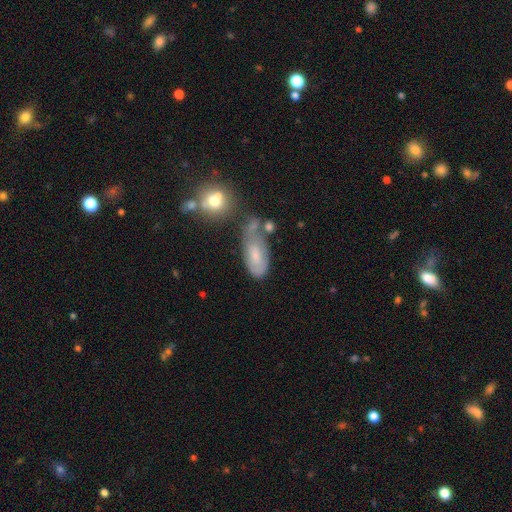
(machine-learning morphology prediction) A smooth galaxy with no disk features (51%) that is in between round and cigar-shaped (88%).

Vote fractions:
- Smooth or featured? smooth: 51% / featured or disk: 40% / star or artifact: 9%
- How rounded? in between: 88% / cigar-shaped: 8% / round: 4%
- Merging? none: 39% / minor disturbance: 28% / merger: 18% / major disturbance: 15%